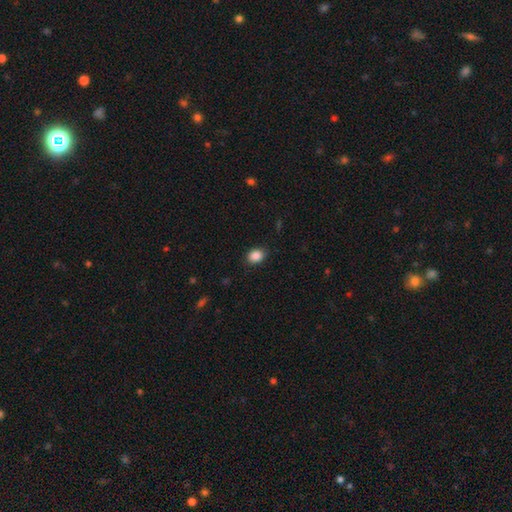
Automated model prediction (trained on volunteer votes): A smooth galaxy with no disk features (88%) that is in between round and cigar-shaped (57%). Merging: none (86%).